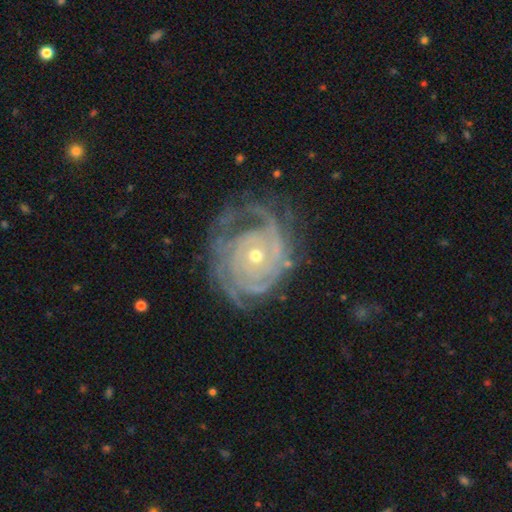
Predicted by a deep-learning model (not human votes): This appears to be a featured or disk galaxy (89%) with no bar (81%), tight (76%) spiral arms (95%) and a small central bulge (57%). Merging: none (63%).